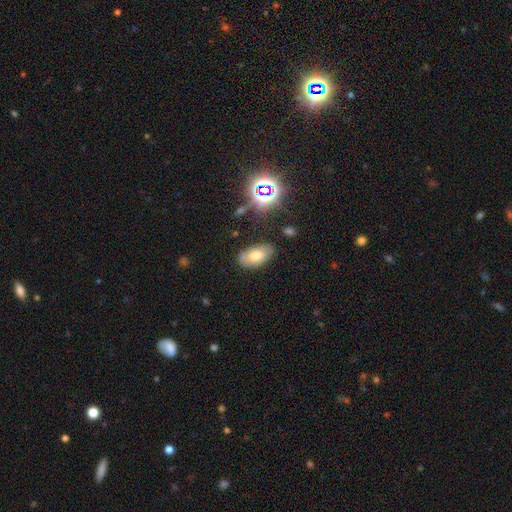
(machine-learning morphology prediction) smooth_or_featured: smooth (p=0.64) [alt: featured or disk p=0.23]
how_rounded: in between (p=0.93) [alt: round p=0.05]
merging: none (p=0.75) [alt: minor disturbance p=0.18]